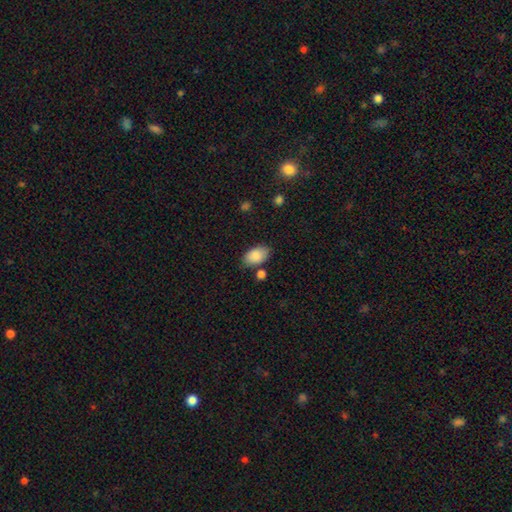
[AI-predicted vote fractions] This appears to be a smooth galaxy with no disk features (88%) that is in between round and cigar-shaped (92%). Merging: none (74%).